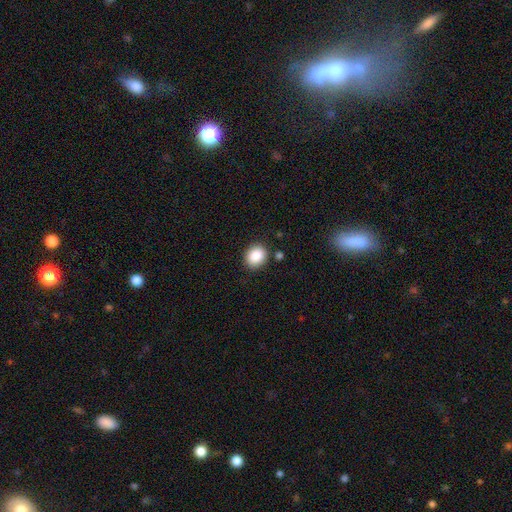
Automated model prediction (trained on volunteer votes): Q: Smooth or featured?
A: smooth (88%); runner-up: star or artifact (8%)
Q: How rounded?
A: round (61%); runner-up: in between (38%)
Q: Merging?
A: none (84%); runner-up: minor disturbance (10%)